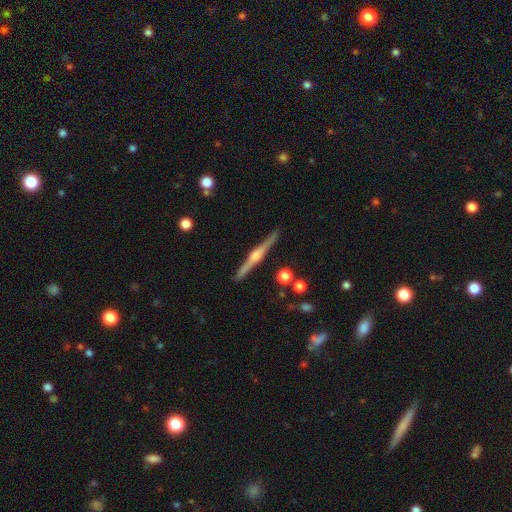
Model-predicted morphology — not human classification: This is clearly a featured or disk galaxy (84%). It is clearly viewed edge-on (99%). Edge-on bulge: clearly rounded (90%). Merging: clearly none (92%).